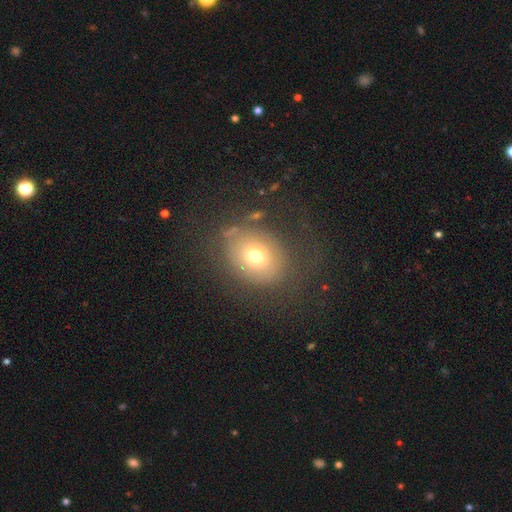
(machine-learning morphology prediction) smooth 64%, featured or disk 21%, star or artifact 14%. Down the decision tree: how rounded — round (51%); merging — none (67%).